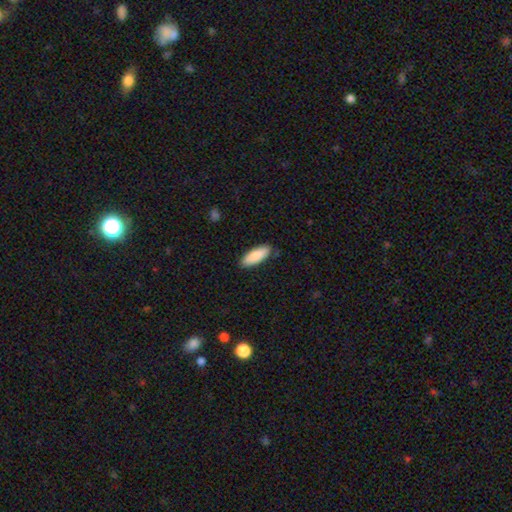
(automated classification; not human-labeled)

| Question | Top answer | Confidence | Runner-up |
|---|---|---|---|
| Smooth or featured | smooth | 86% | featured or disk (8%) |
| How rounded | in between | 68% | cigar-shaped (30%) |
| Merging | none | 86% | minor disturbance (11%) |